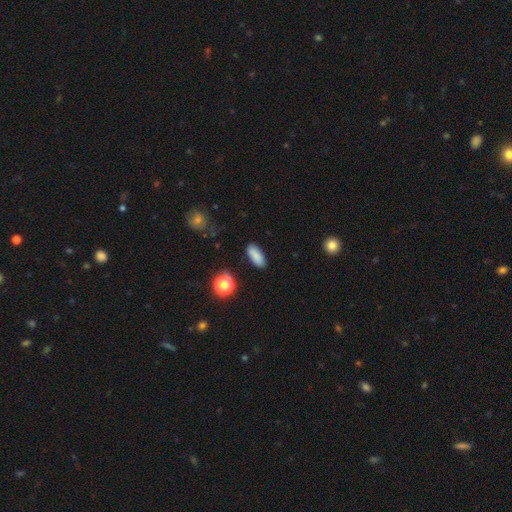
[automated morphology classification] Smooth or featured? Predicted: smooth (p=0.86). How rounded? Predicted: in between (p=0.85). Merging? Predicted: none (p=0.85).